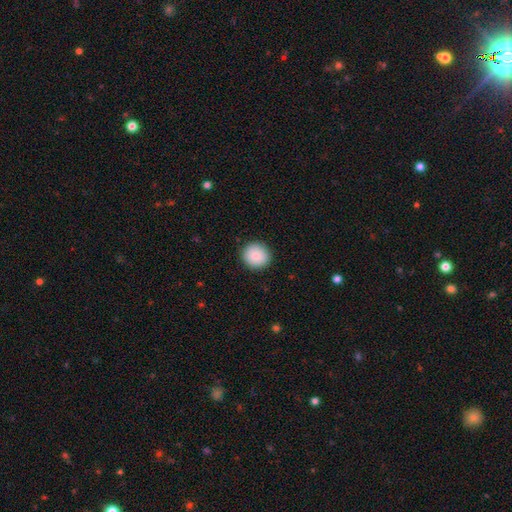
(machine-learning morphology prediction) Smooth or featured? Predicted: smooth (p=0.87). How rounded? Predicted: round (p=0.90). Merging? Predicted: none (p=0.91).